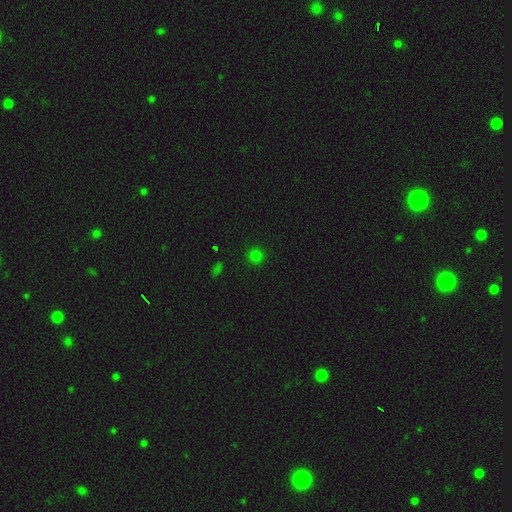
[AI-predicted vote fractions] Smooth or featured? Predicted: smooth (p=0.78). How rounded? Predicted: round (p=0.93). Merging? Predicted: none (p=0.91).